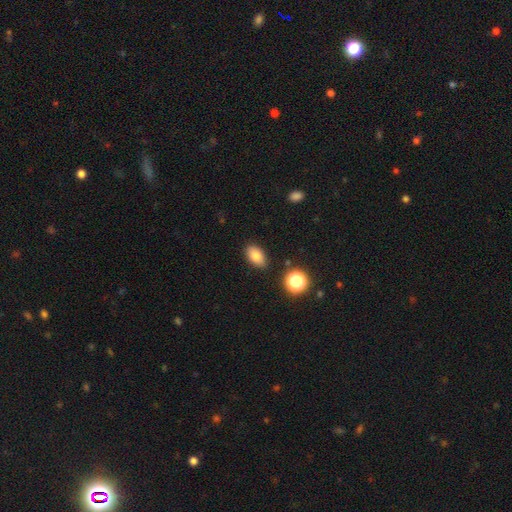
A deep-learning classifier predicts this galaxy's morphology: Smooth or featured: smooth — 81% (star or artifact — 11%)
How rounded: in between — 89% (round — 9%)
Merging: none — 86% (minor disturbance — 9%)